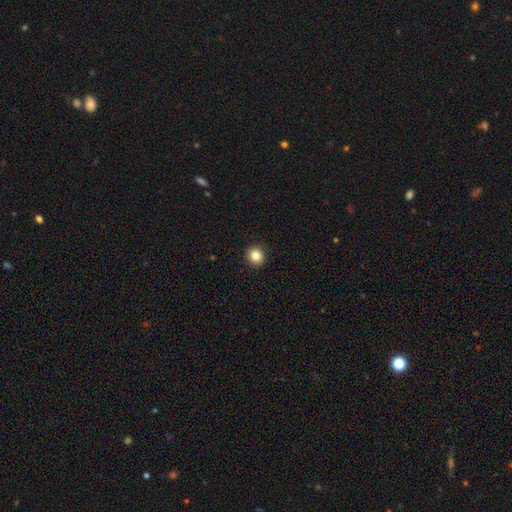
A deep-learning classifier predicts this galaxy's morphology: The model was most divided on "smooth or featured": smooth: 84%, star or artifact: 11%, featured or disk: 5%. More confident: merging — none (92%); how rounded — round (90%).